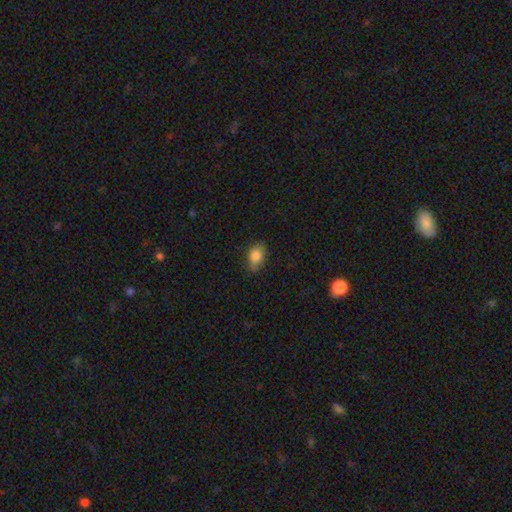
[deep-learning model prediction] Morphology: type=smooth (82%); roundness=in between (76%); merging=none (74%).